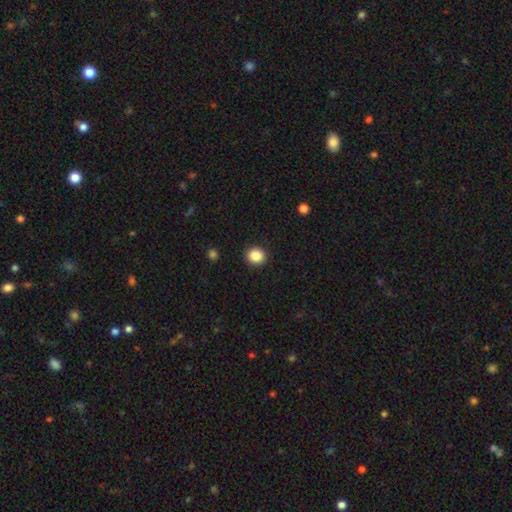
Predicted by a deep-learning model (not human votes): Overall: smooth (86%). How rounded: round (86%). Merging: none (92%).